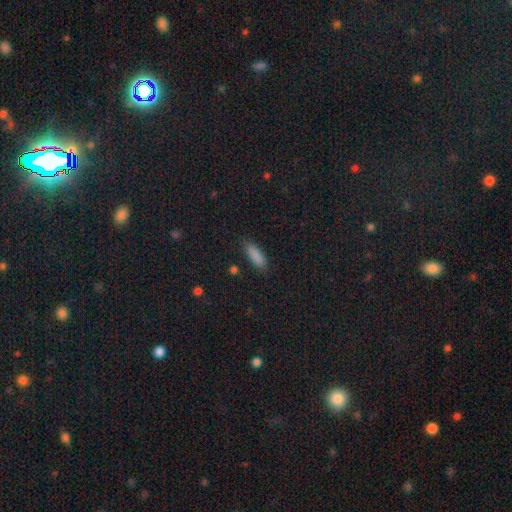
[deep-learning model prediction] Smooth or featured?
  - smooth: 86% *
  - star or artifact: 9%
  - featured or disk: 5%
How rounded?
  - in between: 62% *
  - cigar-shaped: 36%
  - round: 2%
Merging?
  - none: 80% *
  - minor disturbance: 15%
  - major disturbance: 3%
  - merger: 2%